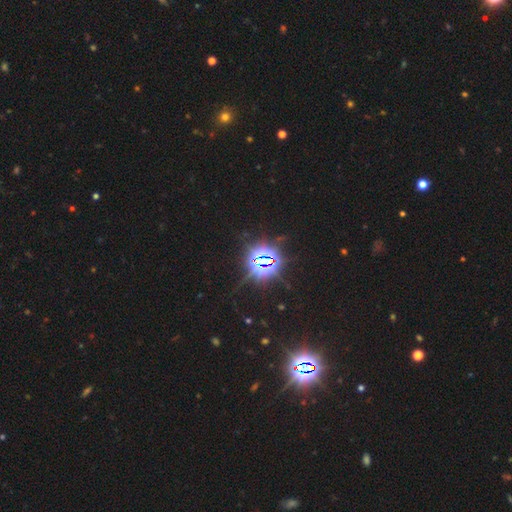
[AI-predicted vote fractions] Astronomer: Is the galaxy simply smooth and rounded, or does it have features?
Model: star or artifact — 84%.